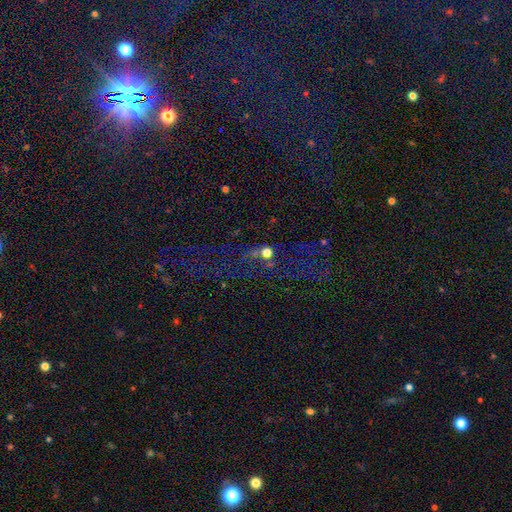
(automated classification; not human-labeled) Smooth or featured? Predicted: star or artifact (p=0.72).